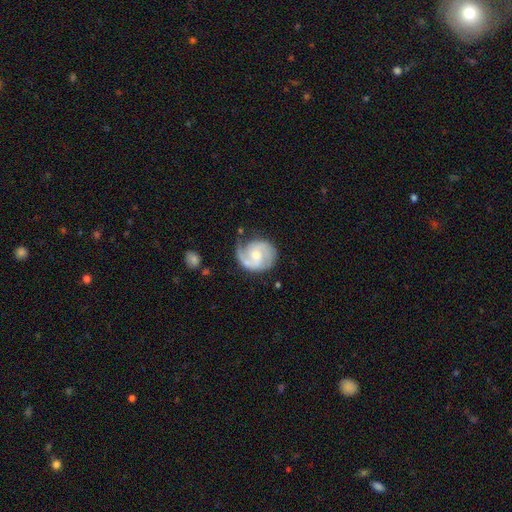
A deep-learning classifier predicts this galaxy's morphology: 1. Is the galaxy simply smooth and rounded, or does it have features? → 85% featured or disk, 11% smooth, 5% star or artifact.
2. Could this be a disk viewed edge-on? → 98% no, 2% yes.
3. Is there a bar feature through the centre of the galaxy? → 52% no, 40% weak, 8% strong.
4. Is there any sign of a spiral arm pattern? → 97% yes, 3% no.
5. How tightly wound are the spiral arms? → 47% medium, 39% tight, 14% loose.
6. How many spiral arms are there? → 74% 2, 10% 1, 7% can't tell, 6% 3, 2% 4, 1% more than 4.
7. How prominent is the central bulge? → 55% moderate, 38% small, 3% large, 3% none, 1% dominant.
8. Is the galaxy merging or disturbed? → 65% none, 22% minor disturbance, 10% major disturbance, 2% merger.